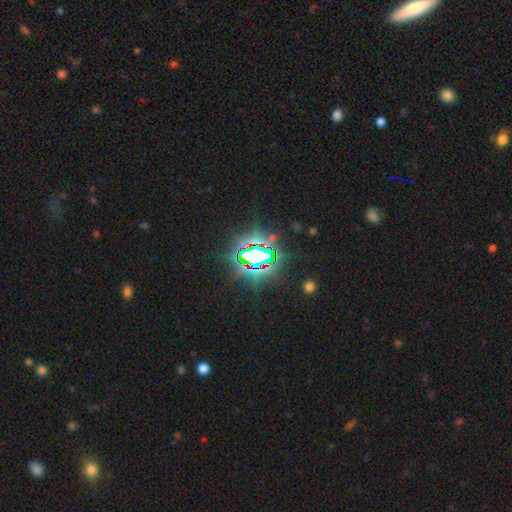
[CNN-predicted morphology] This is likely a star or artifact rather than a galaxy (77%).